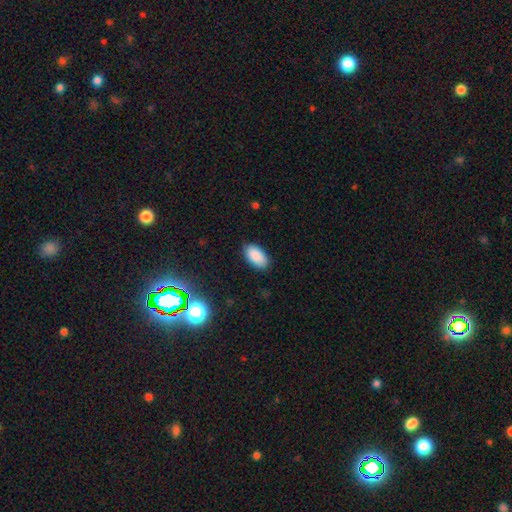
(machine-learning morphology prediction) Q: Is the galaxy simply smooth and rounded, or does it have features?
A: smooth — 89%.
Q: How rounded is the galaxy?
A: in between — 95%.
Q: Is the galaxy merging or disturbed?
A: none — 86%.